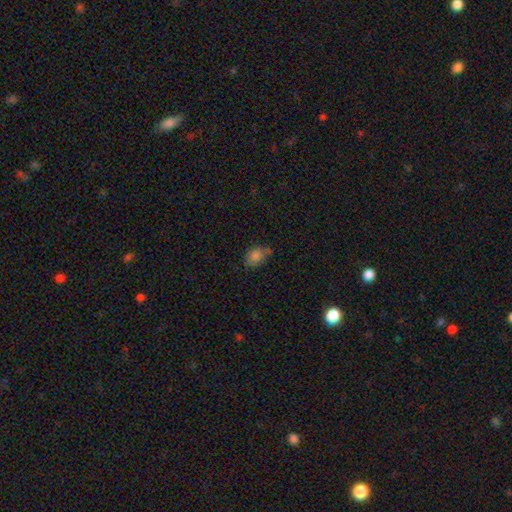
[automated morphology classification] Q: Smooth or featured?
A: smooth (80%); runner-up: star or artifact (11%)
Q: How rounded?
A: in between (73%); runner-up: round (25%)
Q: Merging?
A: none (57%); runner-up: minor disturbance (29%)